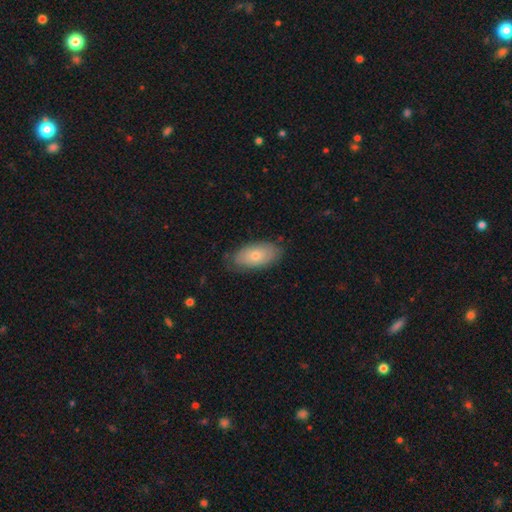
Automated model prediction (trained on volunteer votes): Morphology: type=smooth (73%); roundness=in between (93%); merging=none (77%).